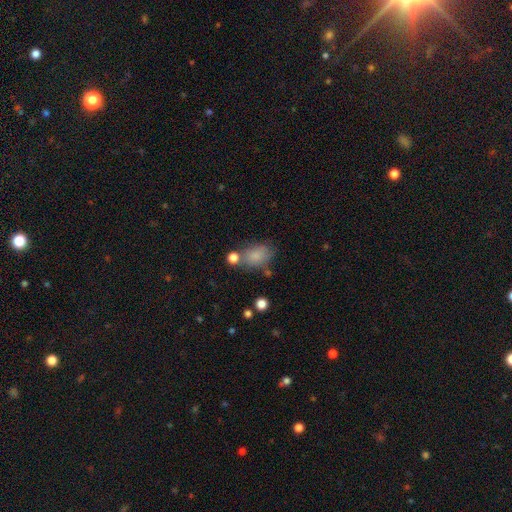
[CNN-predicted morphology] Smooth or featured? Predicted: smooth (p=0.81). How rounded? Predicted: in between (p=0.81). Merging? Predicted: none (p=0.56).